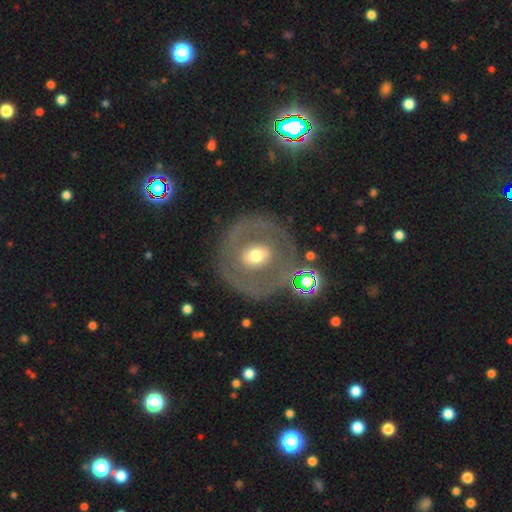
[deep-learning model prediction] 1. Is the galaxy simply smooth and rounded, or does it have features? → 58% featured or disk, 34% smooth, 9% star or artifact.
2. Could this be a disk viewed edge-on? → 94% no, 6% yes.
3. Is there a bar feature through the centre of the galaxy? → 61% no, 24% weak, 15% strong.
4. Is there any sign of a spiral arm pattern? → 75% no, 25% yes.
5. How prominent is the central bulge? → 64% moderate, 17% small, 15% large, 2% dominant, 1% none.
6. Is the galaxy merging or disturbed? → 74% none, 12% minor disturbance, 10% major disturbance, 4% merger.